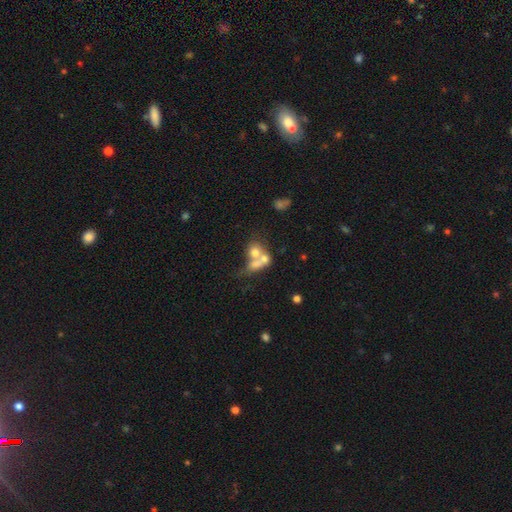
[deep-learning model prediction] Smooth or featured?
  - smooth: 58% *
  - featured or disk: 29%
  - star or artifact: 13%
How rounded?
  - round: 57% *
  - in between: 40%
  - cigar-shaped: 3%
Merging?
  - merger: 64% *
  - none: 20%
  - major disturbance: 9%
  - minor disturbance: 7%